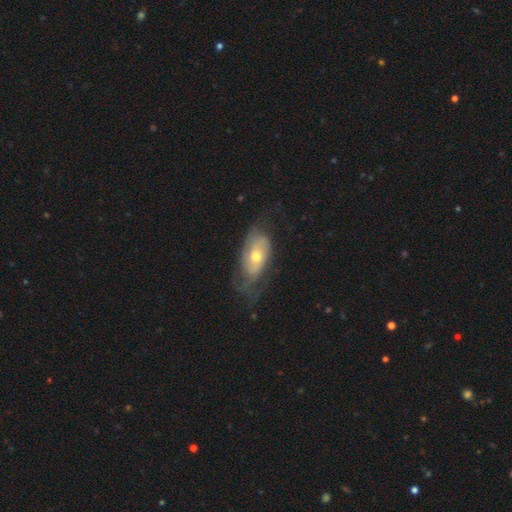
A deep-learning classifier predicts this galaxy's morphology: The model was most divided on "merging": none: 53%, minor disturbance: 26%, major disturbance: 19%, merger: 1%. More confident: edge-on disk — no (90%); bar — no (75%); spiral arms — yes (73%); smooth or featured — featured or disk (65%); bulge size — moderate (63%).